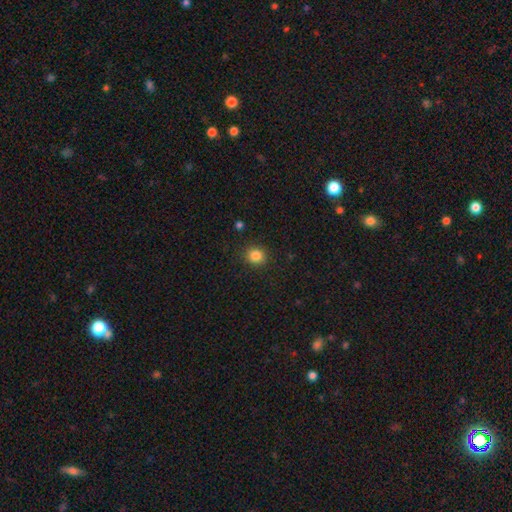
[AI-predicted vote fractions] Smooth or featured?
  - smooth: 84% *
  - star or artifact: 11%
  - featured or disk: 4%
How rounded?
  - round: 87% *
  - in between: 12%
  - cigar-shaped: 1%
Merging?
  - none: 90% *
  - minor disturbance: 7%
  - major disturbance: 2%
  - merger: 1%